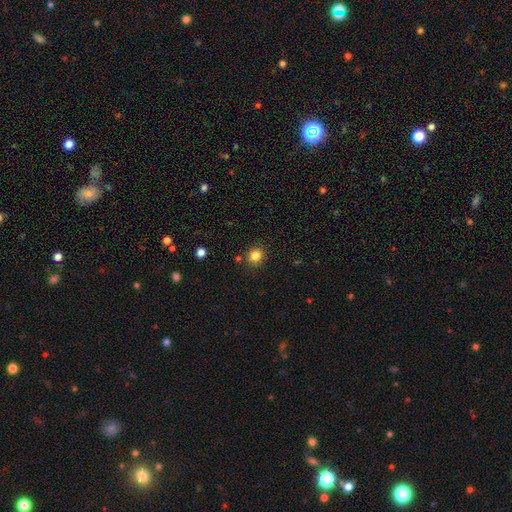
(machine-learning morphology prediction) smooth-or-featured: smooth: 83% | star or artifact: 12% | featured or disk: 5%
  how-rounded: round: 82% | in between: 17% | cigar-shaped: 1%
  merging: none: 88% | minor disturbance: 7% | merger: 3% | major disturbance: 2%